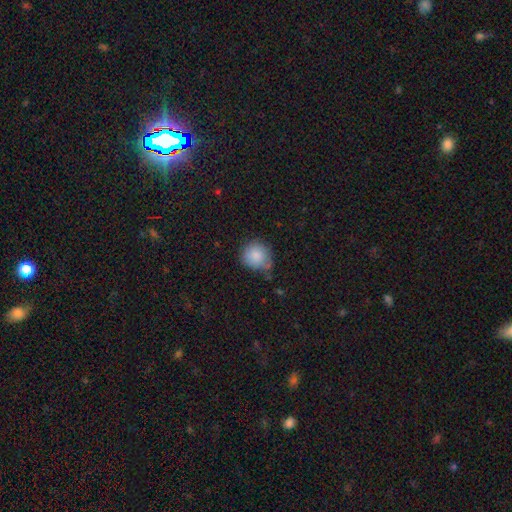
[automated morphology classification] A smooth galaxy with no disk features (86%) that is round (86%). Merging: none (59%).